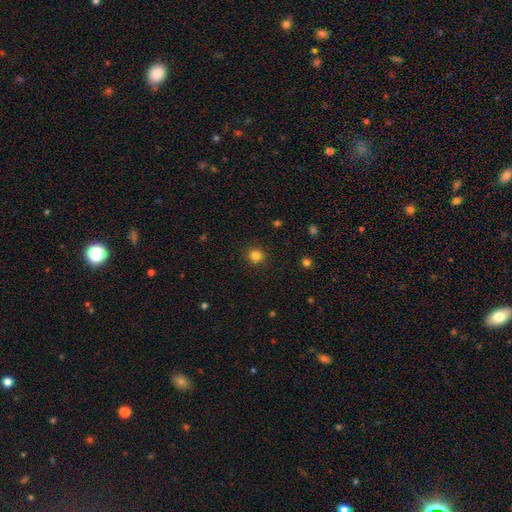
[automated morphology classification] smooth 82%, star or artifact 13%, featured or disk 5%. Down the decision tree: how rounded — round (93%); merging — none (91%).